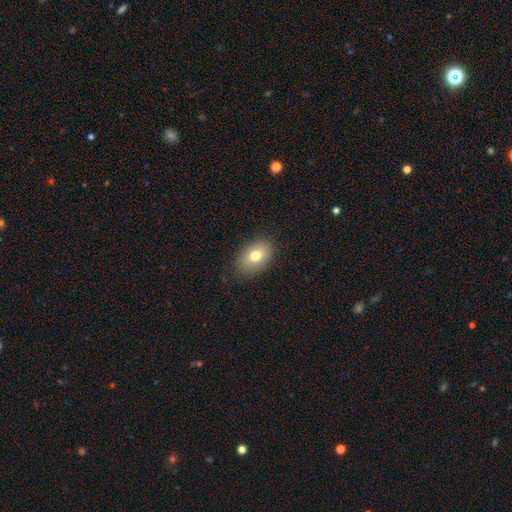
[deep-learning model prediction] Smooth or featured? smooth (75%)
How rounded? in between (84%)
Merging? none (83%)